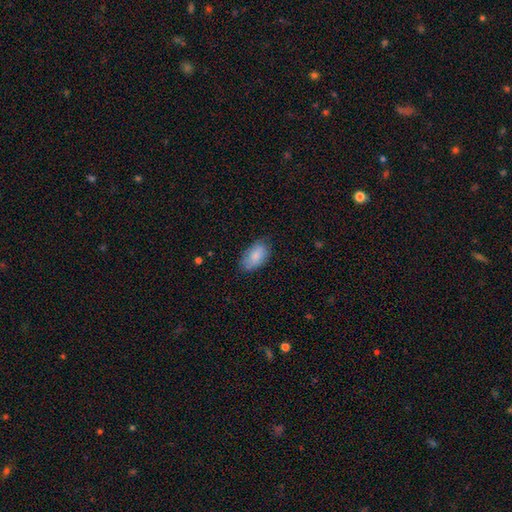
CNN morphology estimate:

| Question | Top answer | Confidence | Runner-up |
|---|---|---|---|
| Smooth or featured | smooth | 83% | featured or disk (11%) |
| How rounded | in between | 94% | round (4%) |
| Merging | none | 75% | minor disturbance (20%) |